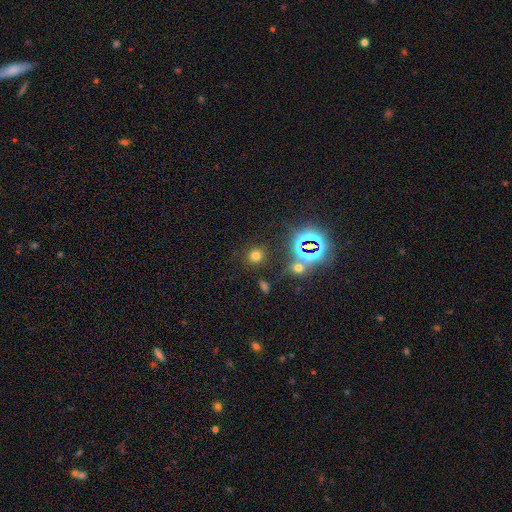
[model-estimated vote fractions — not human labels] This appears to be a smooth galaxy with no disk features (67%) that is round (88%). Merging: none (85%).